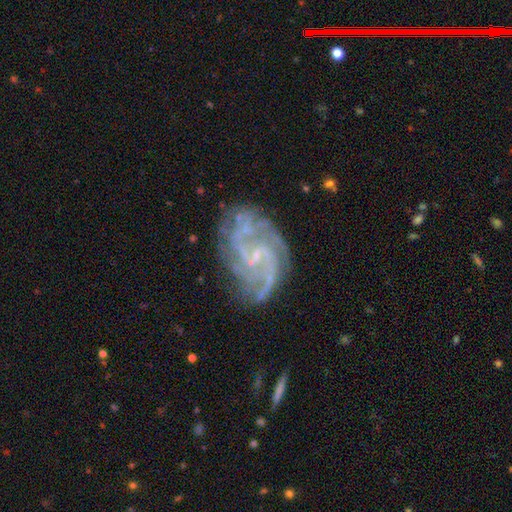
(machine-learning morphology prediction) smooth-or-featured: featured or disk: 89% | star or artifact: 6% | smooth: 5%
  disk-edge-on: no: 98% | yes: 2%
    bar: weak: 48% | no: 41% | strong: 12%
    has-spiral-arms: yes: 96% | no: 4%
      spiral-winding: medium: 48% | tight: 37% | loose: 15%
      spiral-arm-count: 2: 26% | 3: 24% | can't tell: 20% | 4: 14% | more than 4: 8% | 1: 7%
    bulge-size: small: 74% | none: 13% | moderate: 10% | large: 1% | dominant: 1%
  merging: none: 67% | minor disturbance: 20% | major disturbance: 11% | merger: 3%